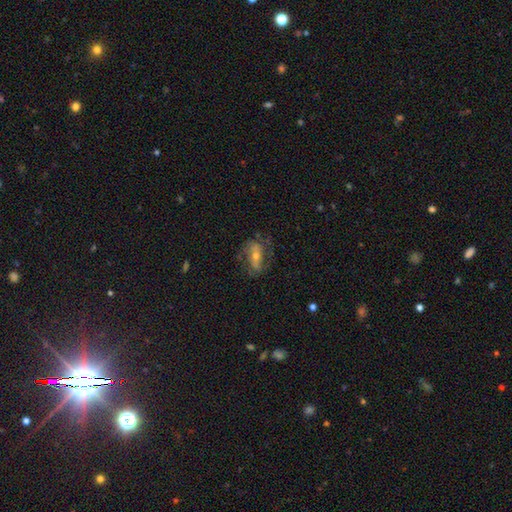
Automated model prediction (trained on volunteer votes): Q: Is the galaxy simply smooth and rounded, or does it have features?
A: featured or disk — 68%.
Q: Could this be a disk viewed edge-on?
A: no — 91%.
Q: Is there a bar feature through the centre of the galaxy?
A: no — 35%.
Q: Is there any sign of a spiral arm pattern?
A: yes — 79%.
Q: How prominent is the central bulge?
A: small — 48%.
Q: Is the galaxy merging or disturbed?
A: none — 68%.